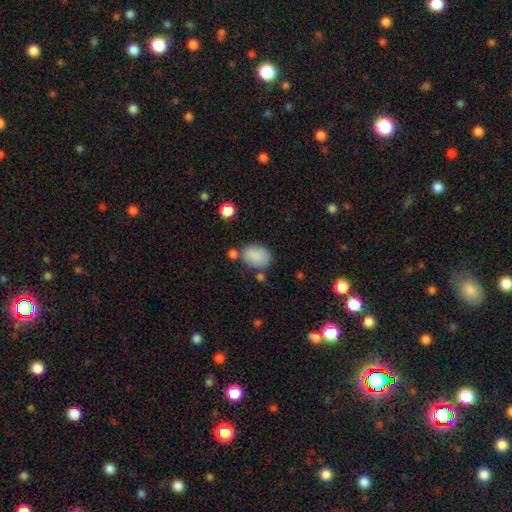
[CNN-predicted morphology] Smooth or featured? Predicted: smooth (p=0.86). How rounded? Predicted: in between (p=0.76). Merging? Predicted: none (p=0.63).